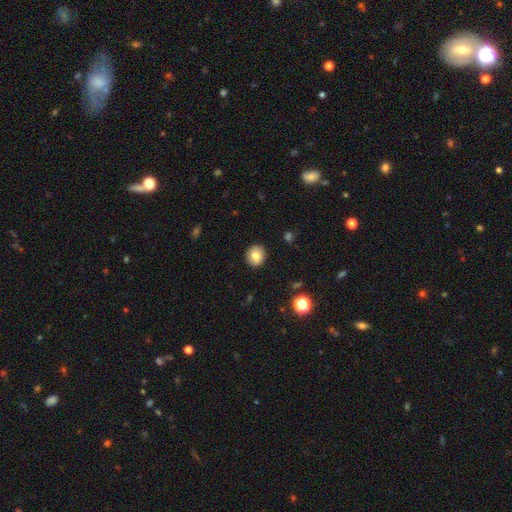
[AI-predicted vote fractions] smooth 79%, featured or disk 11%, star or artifact 10%. Down the decision tree: how rounded — round (84%); merging — none (89%).